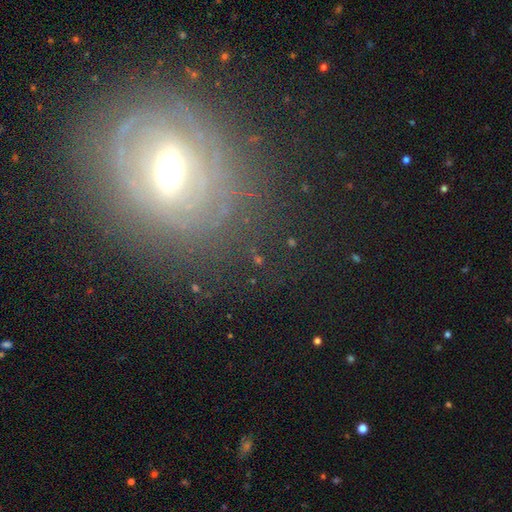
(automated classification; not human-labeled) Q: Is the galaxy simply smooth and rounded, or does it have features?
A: featured or disk — 68%.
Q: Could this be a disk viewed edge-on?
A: no — 87%.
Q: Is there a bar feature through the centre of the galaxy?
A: strong — 36%, tied with weak.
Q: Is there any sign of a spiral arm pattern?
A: yes — 57%.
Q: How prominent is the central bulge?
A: moderate — 63%.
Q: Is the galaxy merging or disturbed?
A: none — 78%.